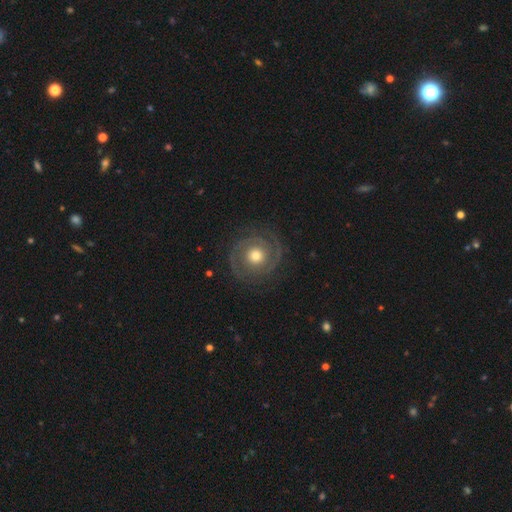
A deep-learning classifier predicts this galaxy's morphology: Smooth or featured? featured or disk (81%)
Edge-on disk? no (98%)
Bar? no (81%)
Spiral arms? yes (91%)
Spiral winding? tight (66%)
Spiral arm count? 2 (71%)
Bulge size? moderate (71%)
Merging? none (82%)